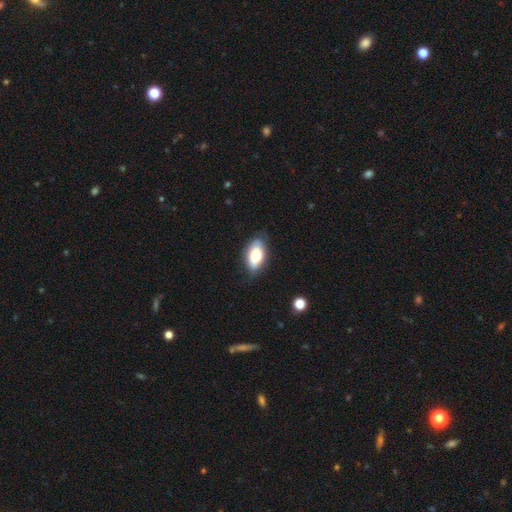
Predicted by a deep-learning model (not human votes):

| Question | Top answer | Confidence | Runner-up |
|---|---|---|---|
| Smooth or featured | smooth | 76% | featured or disk (17%) |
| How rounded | in between | 92% | cigar-shaped (4%) |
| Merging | none | 76% | minor disturbance (19%) |